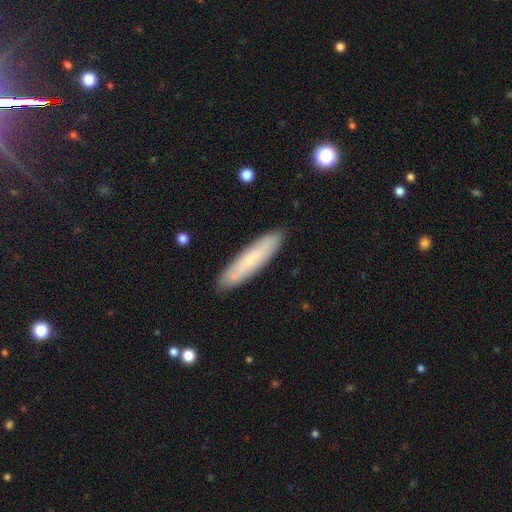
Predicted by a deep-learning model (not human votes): A smooth galaxy with no disk features (62%) that is cigar-shaped (84%).

Vote fractions:
- Smooth or featured? smooth: 62% / featured or disk: 30% / star or artifact: 7%
- How rounded? cigar-shaped: 84% / in between: 14% / round: 1%
- Merging? none: 88% / minor disturbance: 9% / major disturbance: 2% / merger: 1%